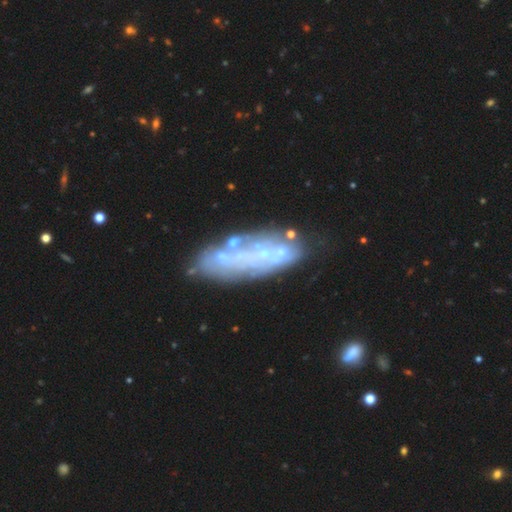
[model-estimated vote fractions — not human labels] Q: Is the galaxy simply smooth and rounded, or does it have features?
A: featured or disk — 66%.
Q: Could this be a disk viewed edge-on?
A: no — 86%.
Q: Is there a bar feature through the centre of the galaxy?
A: no — 87%.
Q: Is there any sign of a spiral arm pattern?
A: no — 81%.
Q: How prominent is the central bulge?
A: none — 59%.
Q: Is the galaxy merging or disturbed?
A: none — 61%.